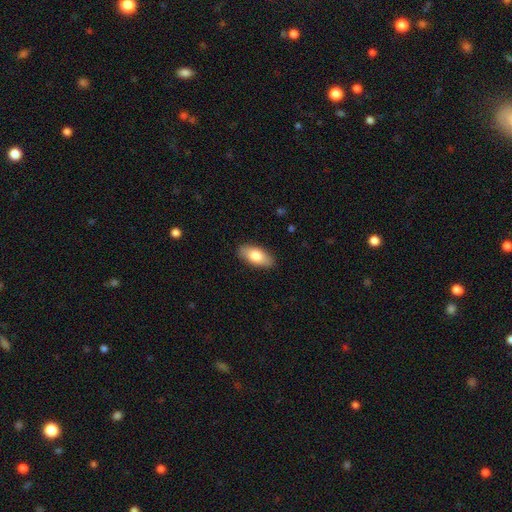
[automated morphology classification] smooth_or_featured: smooth (p=0.79) [alt: featured or disk p=0.15]
how_rounded: in between (p=0.89) [alt: cigar-shaped p=0.08]
merging: none (p=0.89) [alt: minor disturbance p=0.09]